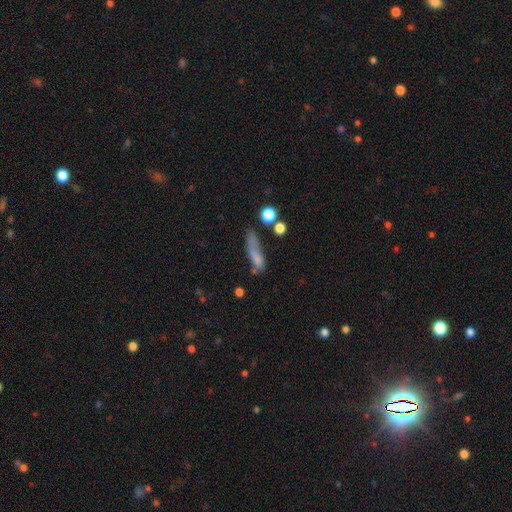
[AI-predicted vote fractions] Overall: smooth (64%). How rounded: cigar-shaped (64%; in between 31%). Merging: none (40%; minor disturbance 27%).